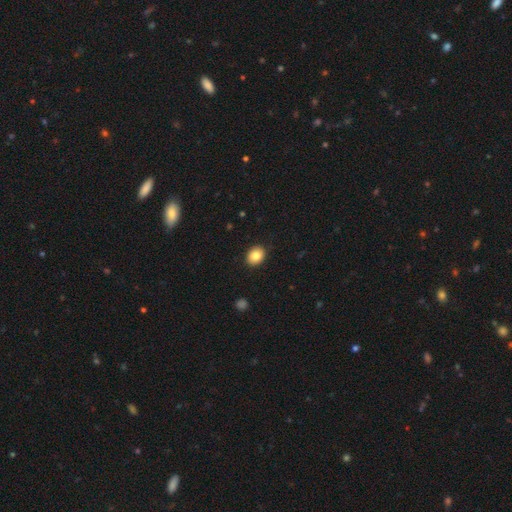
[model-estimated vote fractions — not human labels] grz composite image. It shows a smooth galaxy with no disk features (84%) that is in between round and cigar-shaped (55%). Merging: none (90%).